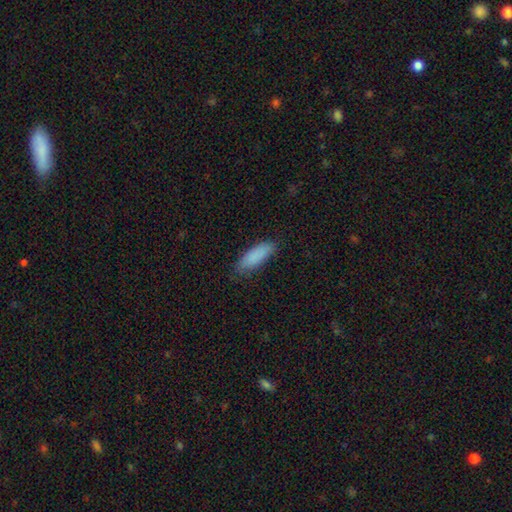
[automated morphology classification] The model was most divided on "how rounded": in between: 57%, cigar-shaped: 42%, round: 2%. More confident: smooth or featured — smooth (88%); merging — none (82%).